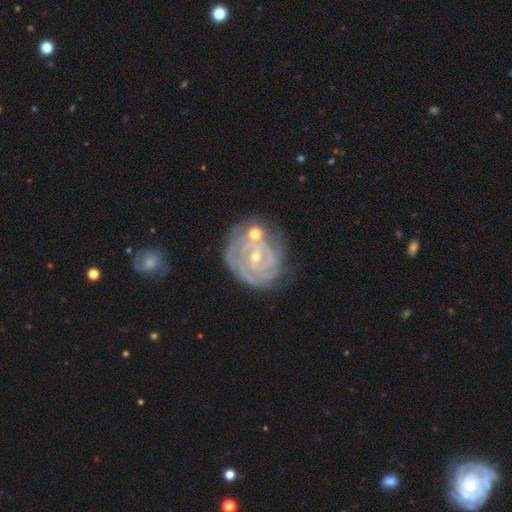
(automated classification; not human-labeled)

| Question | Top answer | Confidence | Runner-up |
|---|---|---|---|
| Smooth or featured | featured or disk | 75% | smooth (15%) |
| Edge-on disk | no | 97% | yes (3%) |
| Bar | no | 65% | weak (26%) |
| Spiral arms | yes | 78% | no (22%) |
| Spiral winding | tight | 75% | medium (18%) |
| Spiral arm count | can't tell | 48% | 2 (21%) |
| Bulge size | small | 72% | moderate (24%) |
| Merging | none | 59% | minor disturbance (18%) |